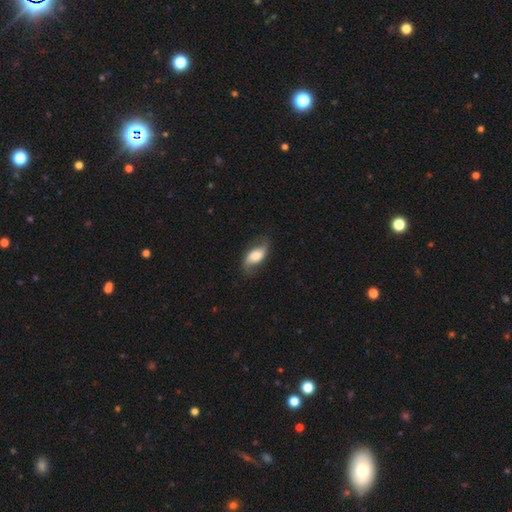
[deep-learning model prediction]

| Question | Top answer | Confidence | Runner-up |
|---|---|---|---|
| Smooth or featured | featured or disk | 47% | smooth (46%) |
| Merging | none | 70% | minor disturbance (21%) |